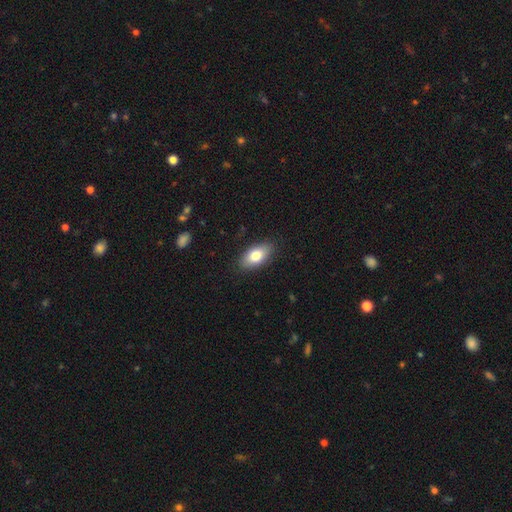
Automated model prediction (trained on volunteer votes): Smooth or featured?
  - smooth: 79% *
  - featured or disk: 15%
  - star or artifact: 7%
How rounded?
  - in between: 90% *
  - cigar-shaped: 6%
  - round: 4%
Merging?
  - none: 86% *
  - minor disturbance: 10%
  - major disturbance: 2%
  - merger: 1%